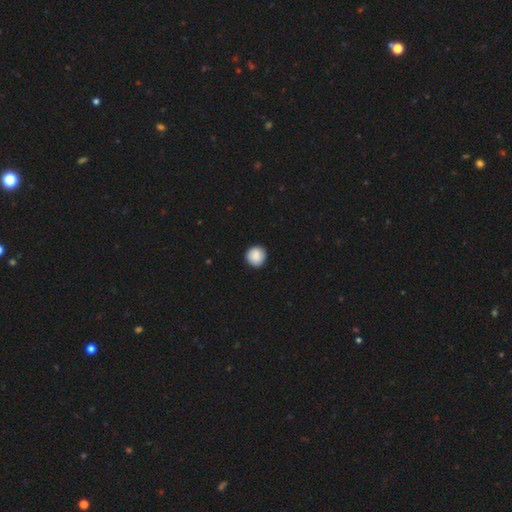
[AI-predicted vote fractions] Morphology: type=smooth (89%); roundness=round (95%); merging=none (91%).